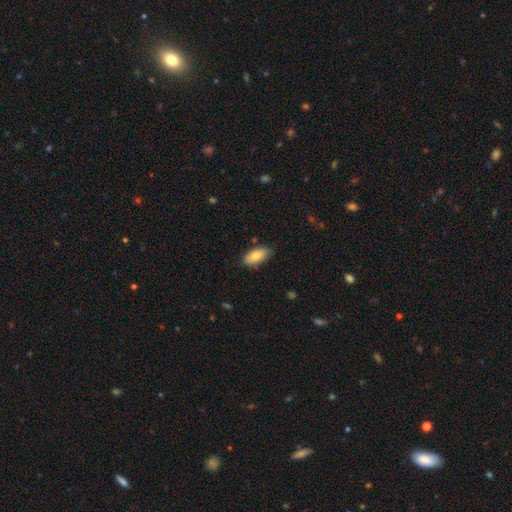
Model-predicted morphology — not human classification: smooth_or_featured: smooth (p=0.79) [alt: featured or disk p=0.14]
how_rounded: in between (p=0.90) [alt: cigar-shaped p=0.07]
merging: none (p=0.80) [alt: minor disturbance p=0.16]